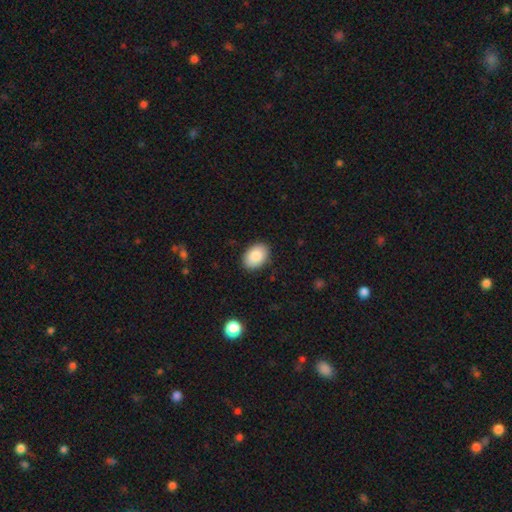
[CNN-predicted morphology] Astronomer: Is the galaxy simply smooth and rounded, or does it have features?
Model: smooth — 87%.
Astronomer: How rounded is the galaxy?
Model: in between — 87%.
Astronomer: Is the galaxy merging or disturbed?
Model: none — 88%.